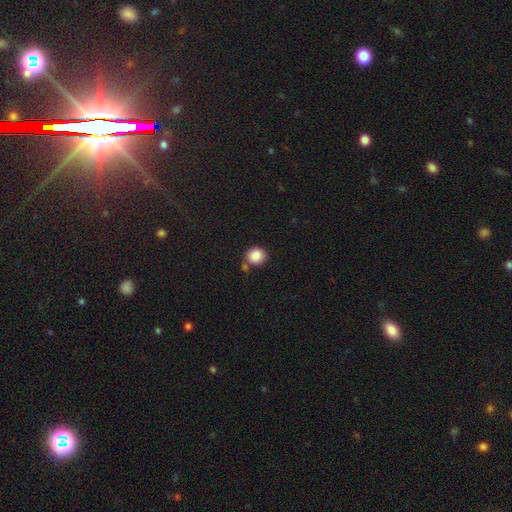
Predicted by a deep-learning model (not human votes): Smooth or featured?
  - smooth: 88% *
  - star or artifact: 9%
  - featured or disk: 3%
How rounded?
  - round: 86% *
  - in between: 13%
  - cigar-shaped: 1%
Merging?
  - none: 71% *
  - merger: 13%
  - minor disturbance: 12%
  - major disturbance: 3%